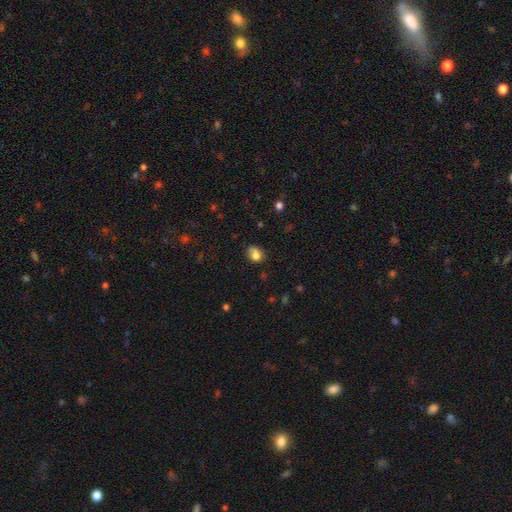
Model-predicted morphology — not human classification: smooth 78%, star or artifact 11%, featured or disk 11%. Down the decision tree: how rounded — round (54%); merging — none (56%).